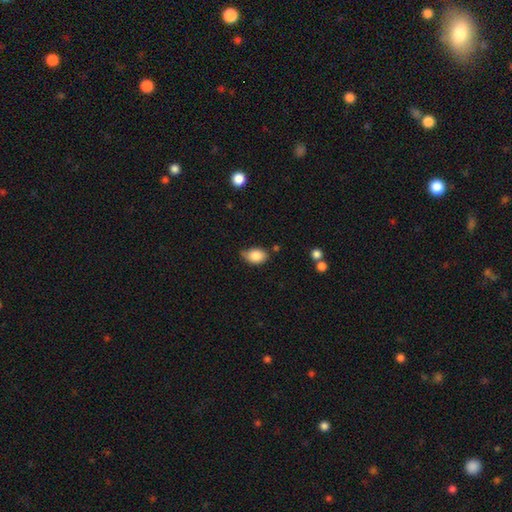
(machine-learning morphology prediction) smooth_or_featured: smooth (p=0.85) [alt: star or artifact p=0.08]
how_rounded: in between (p=0.82) [alt: round p=0.16]
merging: none (p=0.57) [alt: minor disturbance p=0.34]